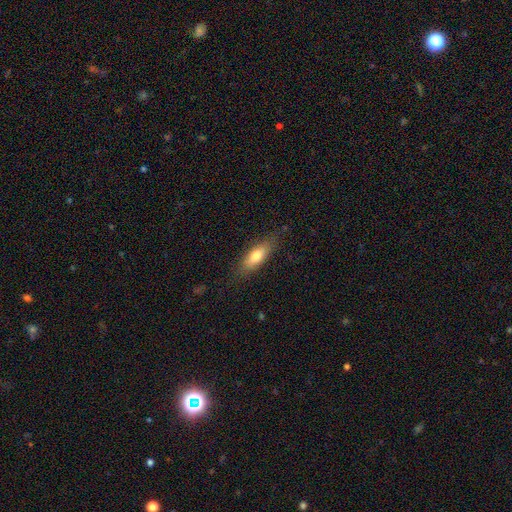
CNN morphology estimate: A smooth galaxy with no disk features (72%) that is in between round and cigar-shaped (62%).

Vote fractions:
- Smooth or featured? smooth: 72% / featured or disk: 22% / star or artifact: 7%
- How rounded? in between: 62% / cigar-shaped: 36% / round: 3%
- Merging? none: 80% / minor disturbance: 15% / major disturbance: 4% / merger: 1%